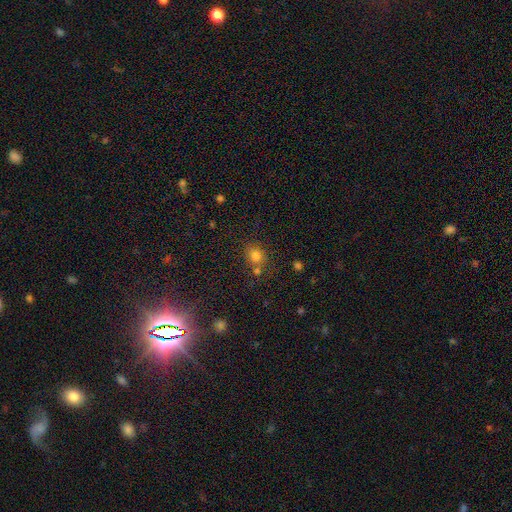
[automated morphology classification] A smooth galaxy with no disk features (78%) that is round (64%). Merging: none (63%).